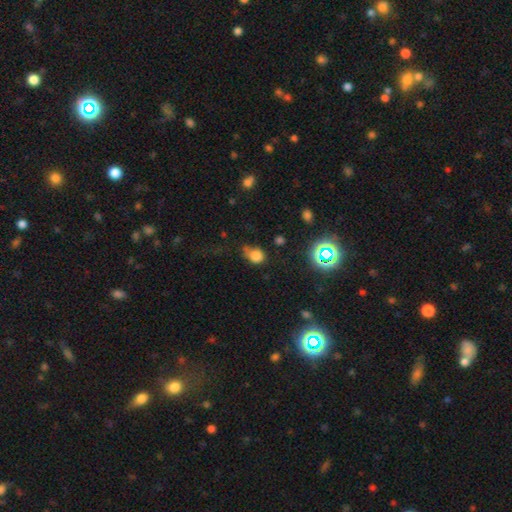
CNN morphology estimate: This is likely a smooth galaxy (76%). How rounded: likely round (62%). Merging: possibly none (48%).